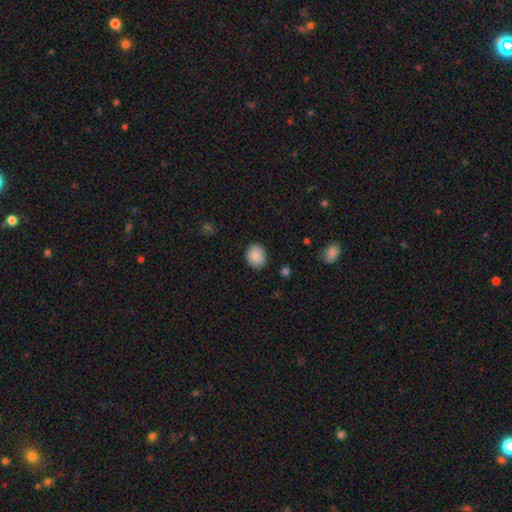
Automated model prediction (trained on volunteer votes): Morphology: type=smooth (89%); roundness=round (56%); merging=none (87%).